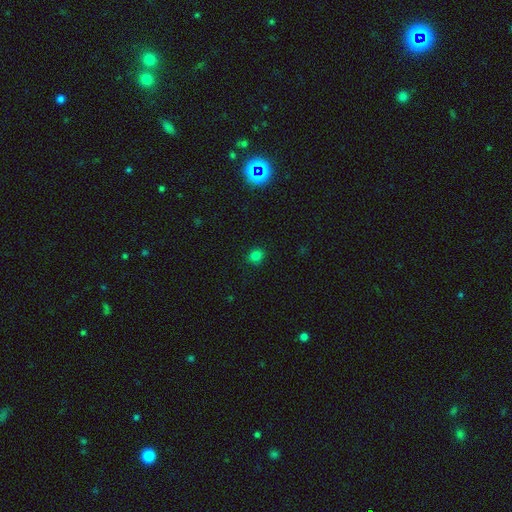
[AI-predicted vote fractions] smooth_or_featured: smooth (p=0.80) [alt: star or artifact p=0.16]
how_rounded: round (p=0.65) [alt: in between p=0.34]
merging: none (p=0.88) [alt: minor disturbance p=0.09]